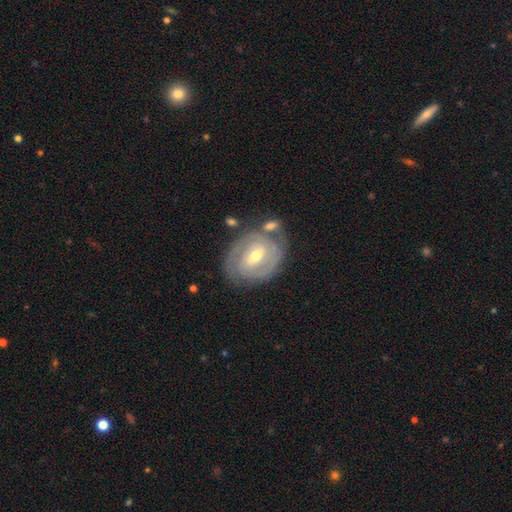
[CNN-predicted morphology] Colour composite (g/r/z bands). It shows a featured or disk galaxy (84%) with a weak bar (51%), 2 (61%) tight (71%) spiral arms (93%) and a moderate central bulge (59%). Merging: none (69%).